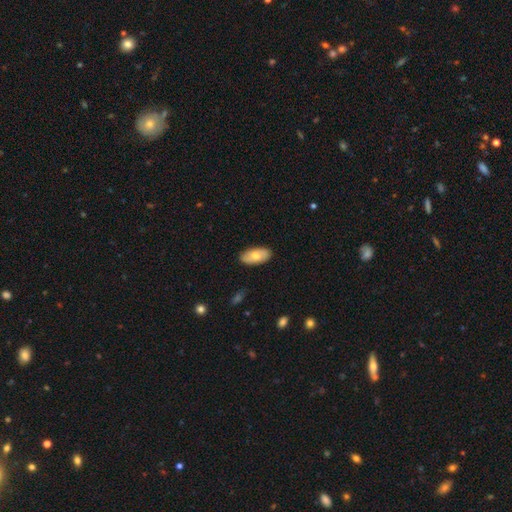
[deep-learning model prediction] This is likely a smooth galaxy (71%). How rounded: clearly in between (93%). Merging: clearly none (87%).